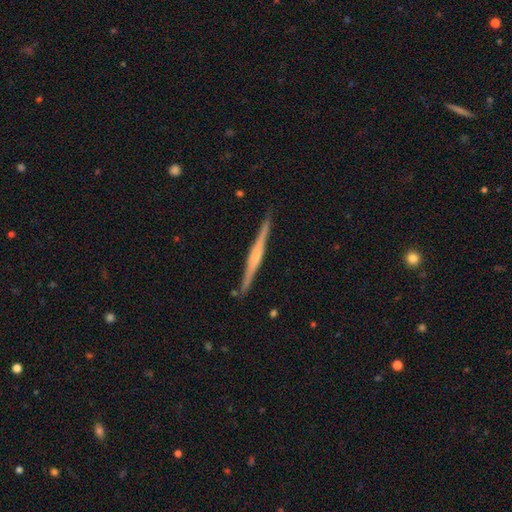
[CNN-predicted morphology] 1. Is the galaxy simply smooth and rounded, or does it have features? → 76% featured or disk, 19% smooth, 5% star or artifact.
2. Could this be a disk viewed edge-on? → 98% yes, 2% no.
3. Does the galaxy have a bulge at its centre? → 62% rounded, 20% none, 18% boxy.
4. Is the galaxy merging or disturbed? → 90% none, 7% minor disturbance, 2% merger, 1% major disturbance.